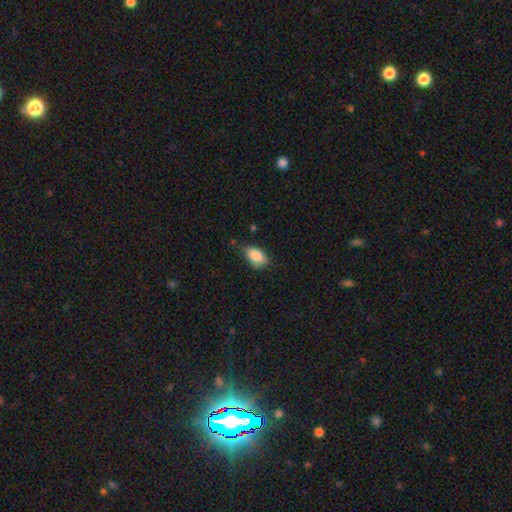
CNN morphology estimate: smooth-or-featured: smooth: 86% | star or artifact: 8% | featured or disk: 6%
  how-rounded: in between: 91% | round: 6% | cigar-shaped: 3%
  merging: none: 66% | minor disturbance: 27% | major disturbance: 5% | merger: 2%